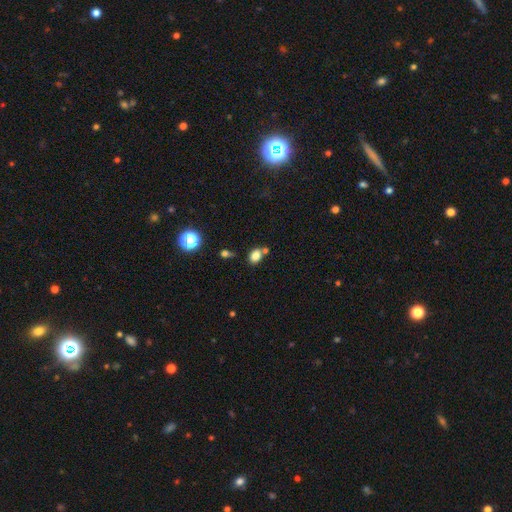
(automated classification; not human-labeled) Smooth or featured? smooth (81%)
How rounded? in between (64%)
Merging? none (61%)